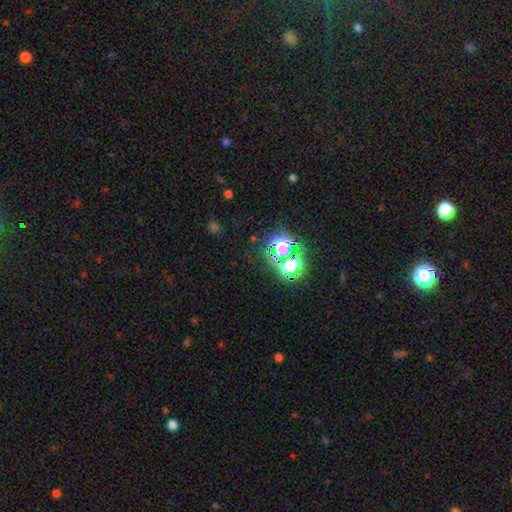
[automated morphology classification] Smooth or featured: star or artifact — 73% (smooth — 19%)